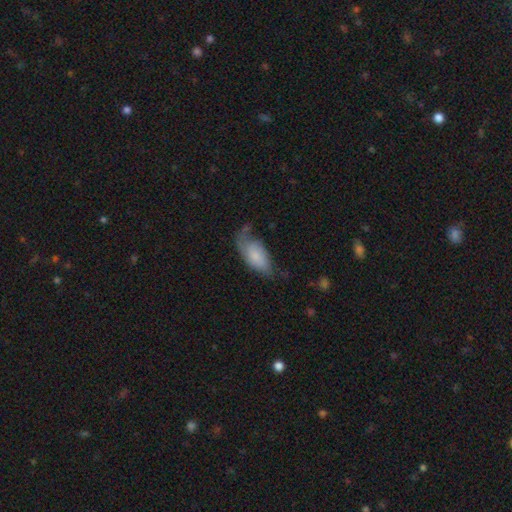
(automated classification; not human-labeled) Smooth or featured? Predicted: smooth (p=0.68). How rounded? Predicted: in between (p=0.92). Merging? Predicted: none (p=0.40).